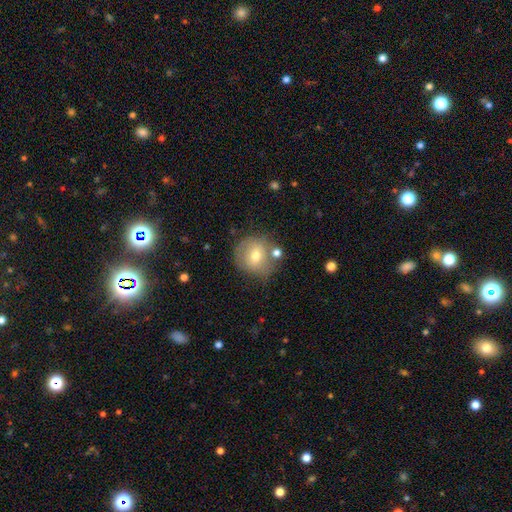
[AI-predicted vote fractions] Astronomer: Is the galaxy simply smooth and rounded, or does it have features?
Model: smooth — 63%.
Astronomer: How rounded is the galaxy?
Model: round — 88%.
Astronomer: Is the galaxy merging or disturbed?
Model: none — 65%.